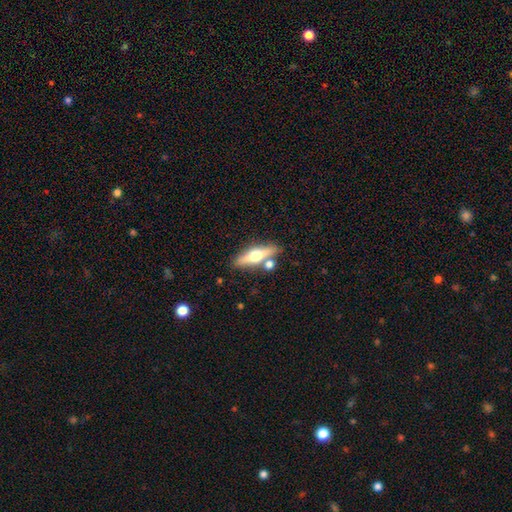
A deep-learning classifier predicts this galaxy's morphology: smooth_or_featured: featured or disk (p=0.59) [alt: smooth p=0.34]
disk_edge_on: yes (p=0.93) [alt: no p=0.07]
edge_on_bulge: rounded (p=0.96) [alt: boxy p=0.02]
merging: none (p=0.77) [alt: merger p=0.11]